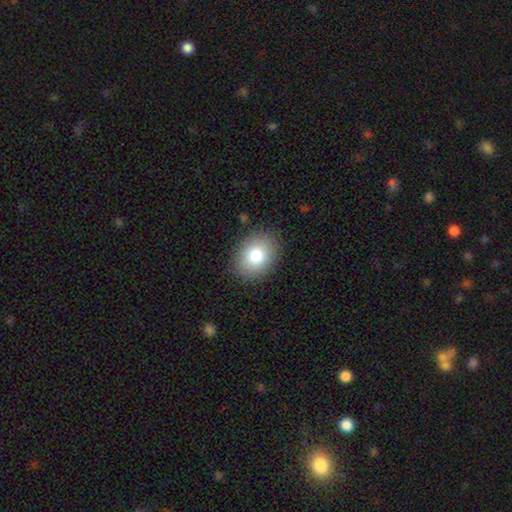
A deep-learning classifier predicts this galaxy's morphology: smooth-or-featured: smooth: 80% | featured or disk: 10% | star or artifact: 9%
  how-rounded: in between: 62% | round: 37% | cigar-shaped: 1%
  merging: none: 87% | minor disturbance: 9% | major disturbance: 3% | merger: 1%